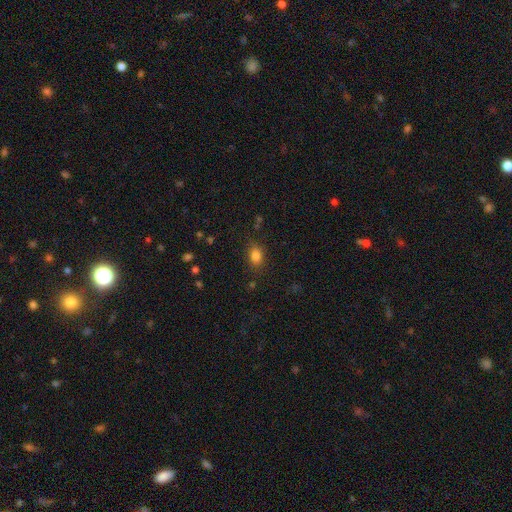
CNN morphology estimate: A smooth galaxy with no disk features (82%) that is in between round and cigar-shaped (69%). Merging: none (81%).